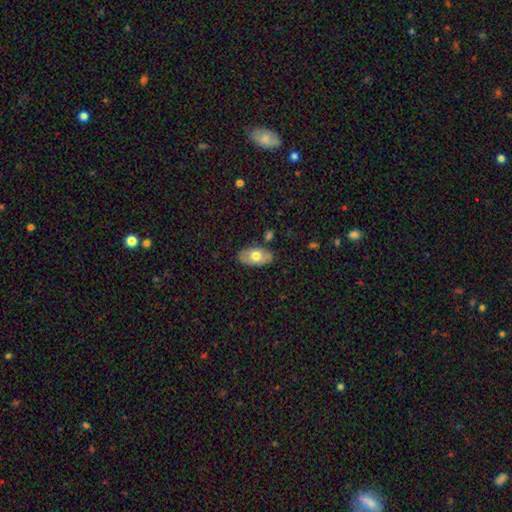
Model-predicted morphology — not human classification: A smooth galaxy with no disk features (66%) that is in between round and cigar-shaped (93%).

Vote fractions:
- Smooth or featured? smooth: 66% / featured or disk: 28% / star or artifact: 6%
- How rounded? in between: 93% / round: 5% / cigar-shaped: 2%
- Merging? none: 84% / minor disturbance: 11% / merger: 3% / major disturbance: 2%